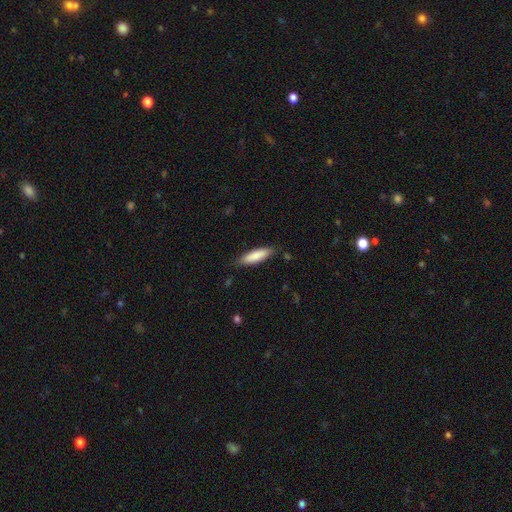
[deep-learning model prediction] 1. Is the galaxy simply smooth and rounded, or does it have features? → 82% smooth, 13% featured or disk, 6% star or artifact.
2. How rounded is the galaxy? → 58% cigar-shaped, 40% in between, 1% round.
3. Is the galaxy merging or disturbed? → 82% none, 14% minor disturbance, 3% major disturbance, 1% merger.